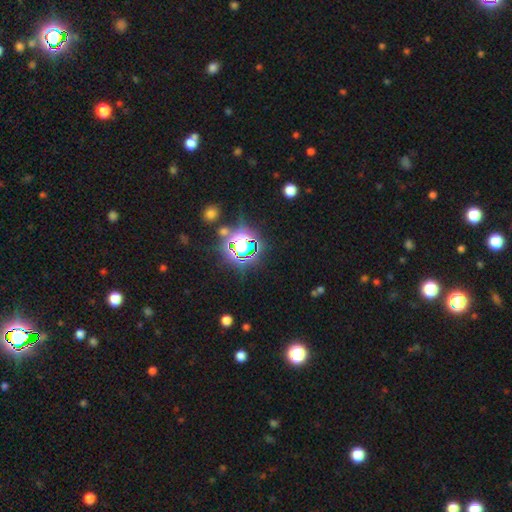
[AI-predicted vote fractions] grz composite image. It shows a star or artifact, not a galaxy (78%).